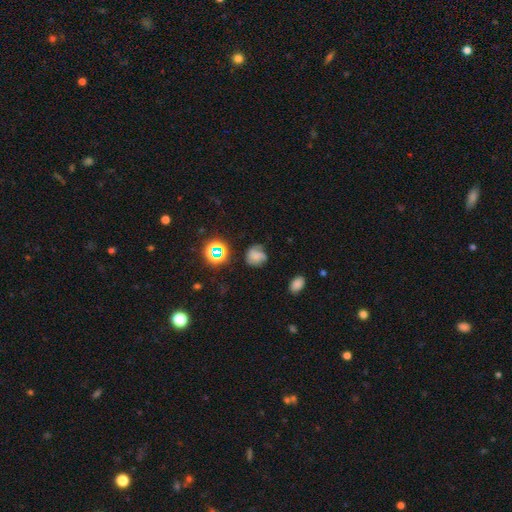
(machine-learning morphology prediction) Q: Smooth or featured?
A: smooth (51%); runner-up: featured or disk (30%)
Q: How rounded?
A: round (72%); runner-up: in between (27%)
Q: Merging?
A: none (54%); runner-up: minor disturbance (27%)